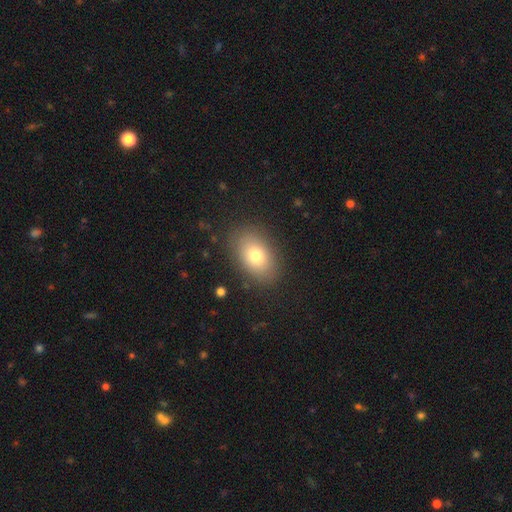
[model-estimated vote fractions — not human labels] Q: Smooth or featured?
A: smooth (76%); runner-up: featured or disk (15%)
Q: How rounded?
A: in between (86%); runner-up: round (13%)
Q: Merging?
A: none (84%); runner-up: minor disturbance (11%)